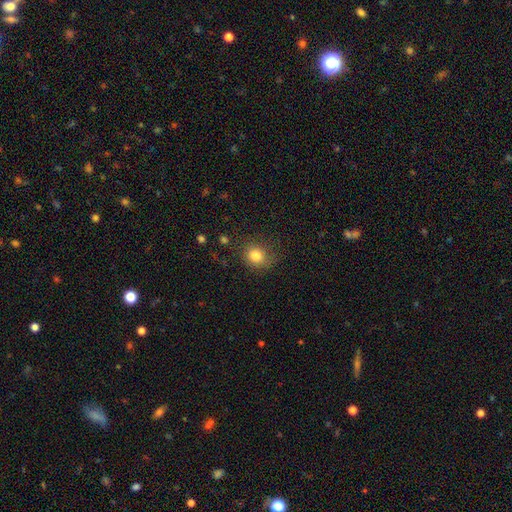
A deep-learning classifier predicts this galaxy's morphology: The model was most divided on "how rounded": round: 75%, in between: 24%, cigar-shaped: 1%. More confident: smooth or featured — smooth (82%); merging — none (73%).